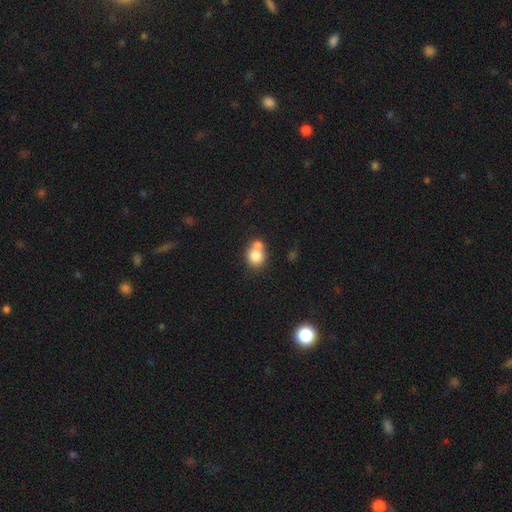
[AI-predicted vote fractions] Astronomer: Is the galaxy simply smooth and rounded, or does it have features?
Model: smooth — 79%.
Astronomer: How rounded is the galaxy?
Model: round — 75%.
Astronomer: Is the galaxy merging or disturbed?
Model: merger — 51% (runner-up: none, 38%).